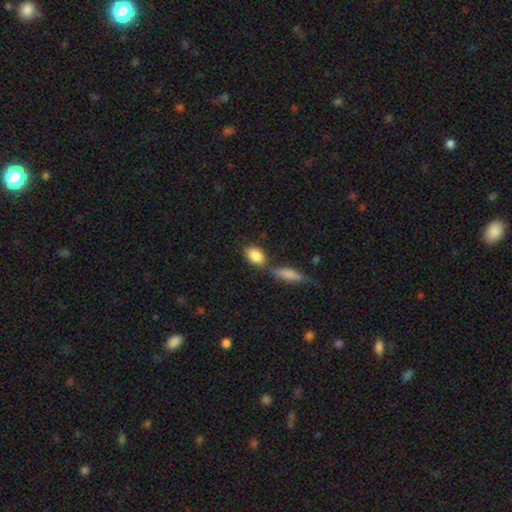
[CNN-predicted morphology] A smooth galaxy with no disk features (84%) that is in between round and cigar-shaped (83%).

Vote fractions:
- Smooth or featured? smooth: 84% / featured or disk: 9% / star or artifact: 7%
- How rounded? in between: 83% / round: 13% / cigar-shaped: 4%
- Merging? none: 52% / merger: 28% / minor disturbance: 14% / major disturbance: 5%